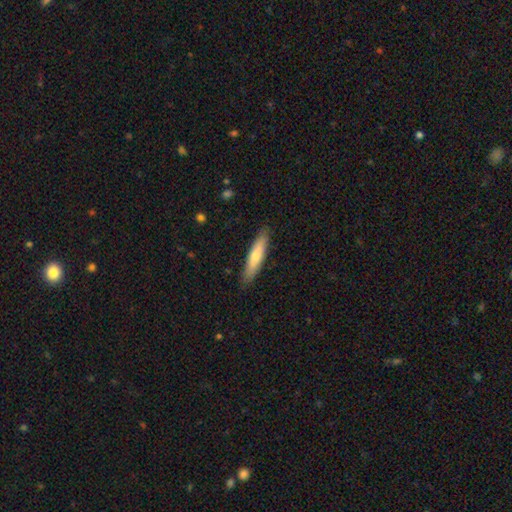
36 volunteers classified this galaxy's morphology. Smooth or featured?
  - smooth: 64% *
  - featured or disk: 33%
  - star or artifact: 3%
How rounded?
  - cigar-shaped: 87% *
  - round: 9%
  - in between: 4%
Merging?
  - none: 83% *
  - minor disturbance: 9%
  - major disturbance: 6%
  - merger: 3%